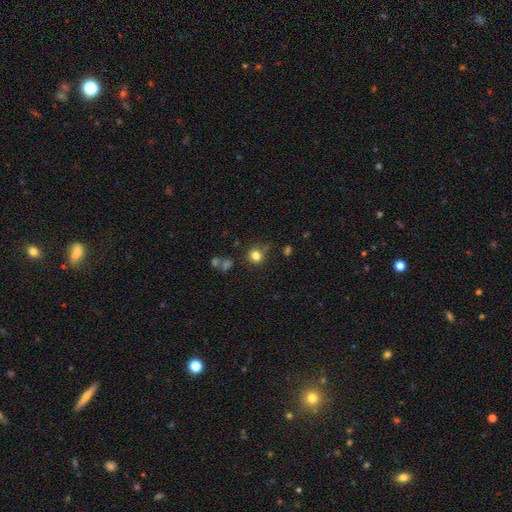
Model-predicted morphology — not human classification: Overall: smooth (81%). How rounded: round (84%). Merging: none (70%).